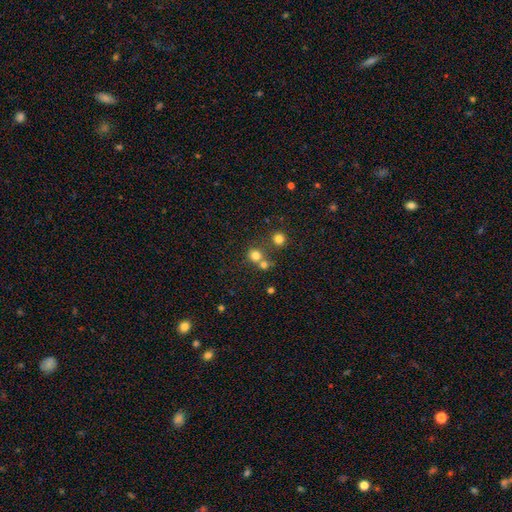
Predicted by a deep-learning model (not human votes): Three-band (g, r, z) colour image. It shows a smooth galaxy with no disk features (75%) that is round (88%). Merging: none (58%).